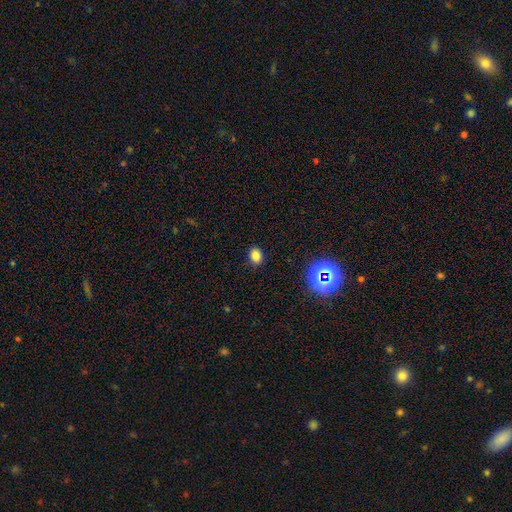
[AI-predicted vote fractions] Smooth or featured? Predicted: smooth (p=0.80). How rounded? Predicted: in between (p=0.53). Merging? Predicted: none (p=0.88).